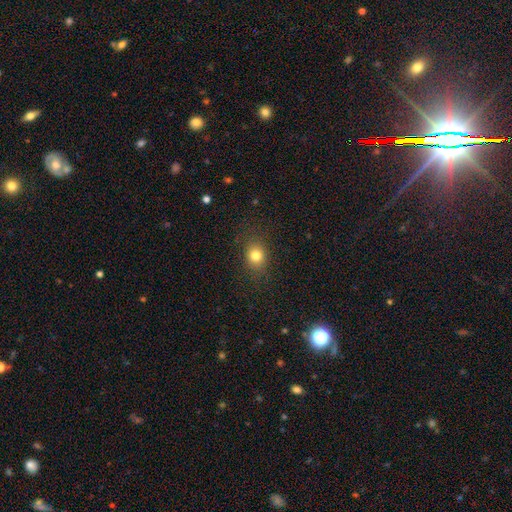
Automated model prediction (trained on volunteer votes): A smooth galaxy with no disk features (80%) that is round (59%). Merging: none (84%).